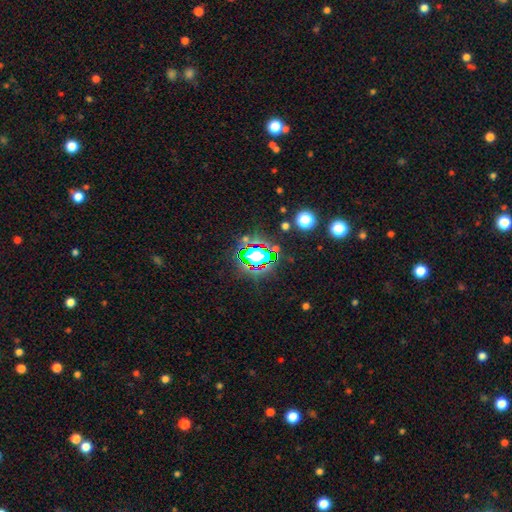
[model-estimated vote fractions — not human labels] Smooth or featured: star or artifact — 65% (smooth — 23%)